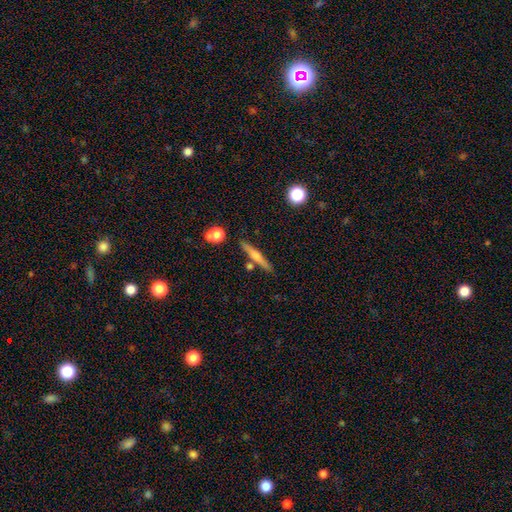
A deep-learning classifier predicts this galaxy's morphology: smooth_or_featured: featured or disk (p=0.56) [alt: smooth p=0.36]
disk_edge_on: yes (p=0.96) [alt: no p=0.04]
edge_on_bulge: rounded (p=0.73) [alt: none p=0.18]
merging: none (p=0.85) [alt: minor disturbance p=0.08]